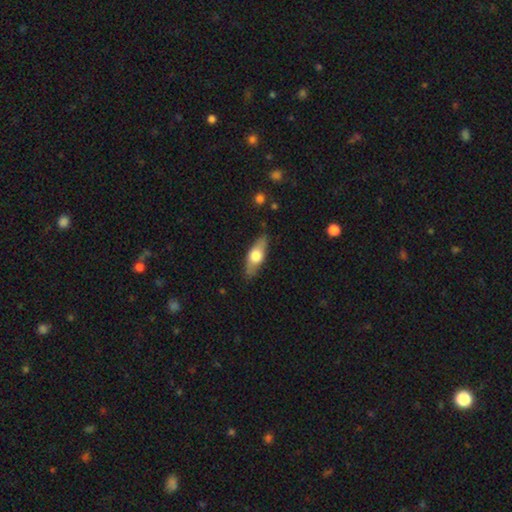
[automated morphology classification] The model was most divided on "smooth or featured": smooth: 52%, featured or disk: 43%, star or artifact: 6%. More confident: merging — none (82%); how rounded — in between (61%).